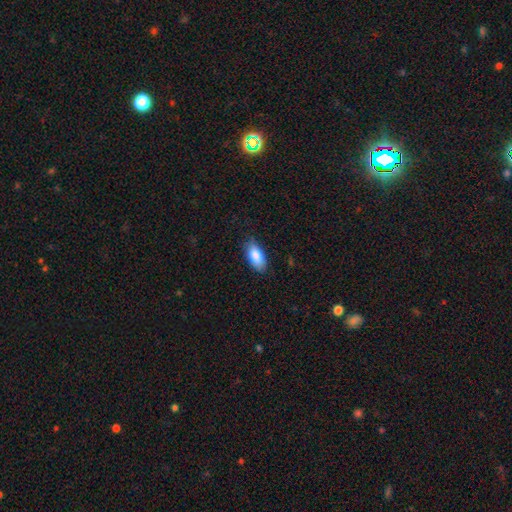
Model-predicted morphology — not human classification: smooth-or-featured: smooth: 84% | featured or disk: 10% | star or artifact: 6%
  how-rounded: in between: 88% | cigar-shaped: 9% | round: 3%
  merging: none: 80% | minor disturbance: 16% | major disturbance: 3% | merger: 1%